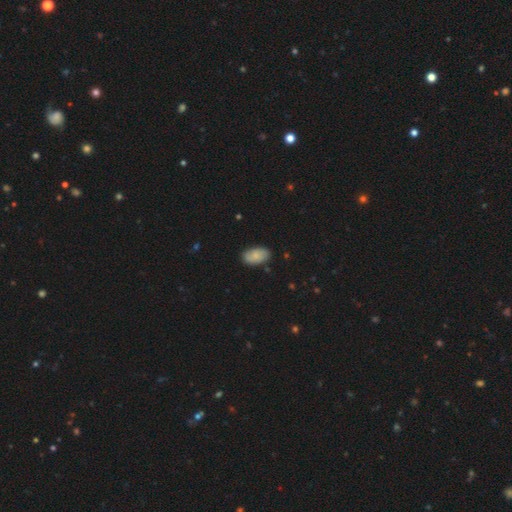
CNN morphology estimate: Smooth or featured? smooth (68%)
How rounded? in between (94%)
Merging? none (82%)